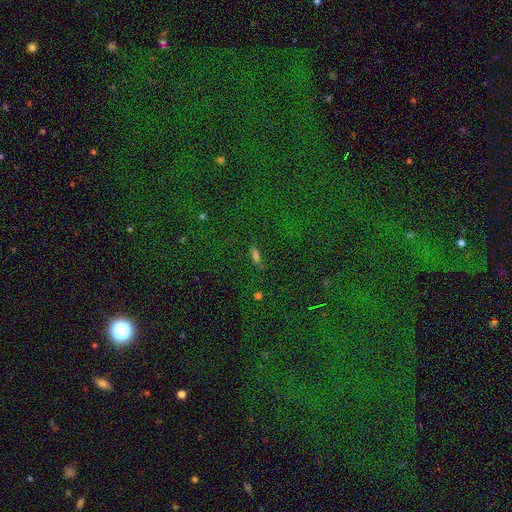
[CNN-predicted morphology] smooth_or_featured: smooth (p=0.47) [alt: star or artifact p=0.36]
merging: none (p=0.80) [alt: minor disturbance p=0.11]